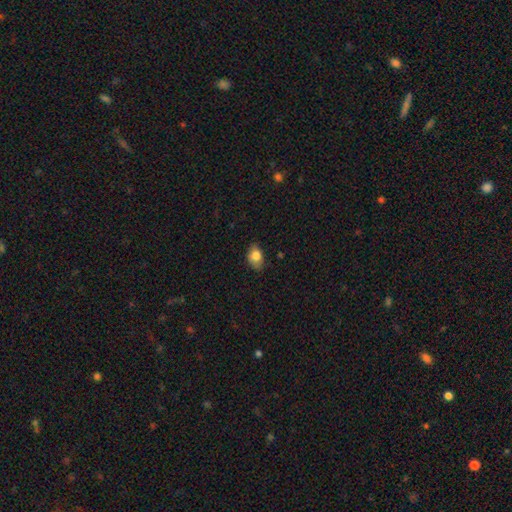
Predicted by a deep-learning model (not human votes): Smooth or featured? Predicted: smooth (p=0.82). How rounded? Predicted: in between (p=0.72). Merging? Predicted: none (p=0.71).